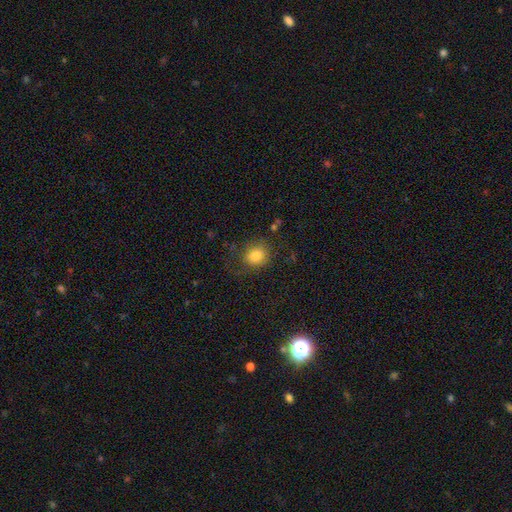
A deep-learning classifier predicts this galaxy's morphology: Smooth or featured: smooth — 80% (star or artifact — 11%)
How rounded: round — 78% (in between — 21%)
Merging: none — 72% (minor disturbance — 16%)